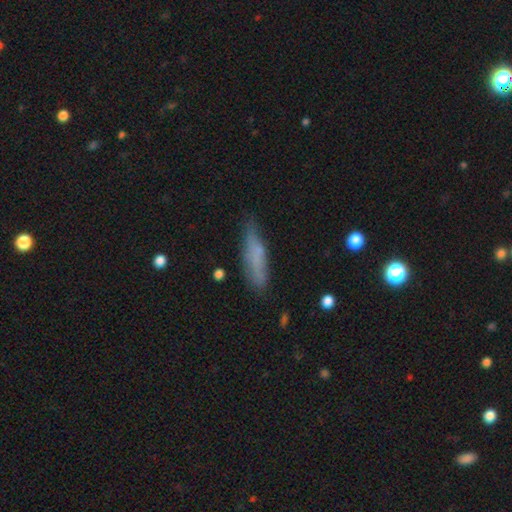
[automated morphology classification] Overall: smooth (66%). How rounded: cigar-shaped (76%). Merging: none (71%).